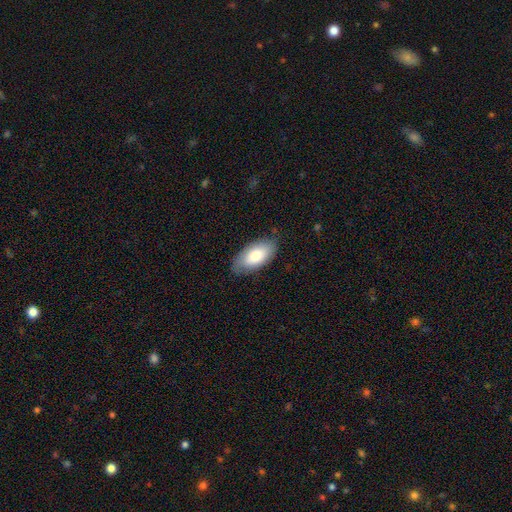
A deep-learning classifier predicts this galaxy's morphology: This is likely a smooth galaxy (77%). How rounded: clearly in between (94%). Merging: likely none (79%).